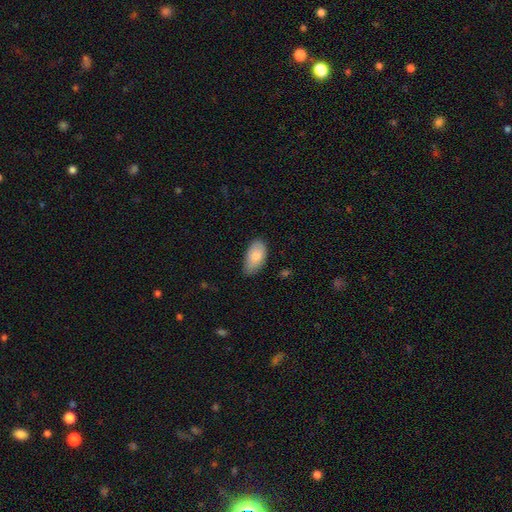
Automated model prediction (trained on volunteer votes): Overall: smooth (85%). How rounded: in between (95%). Merging: none (67%; minor disturbance 28%).